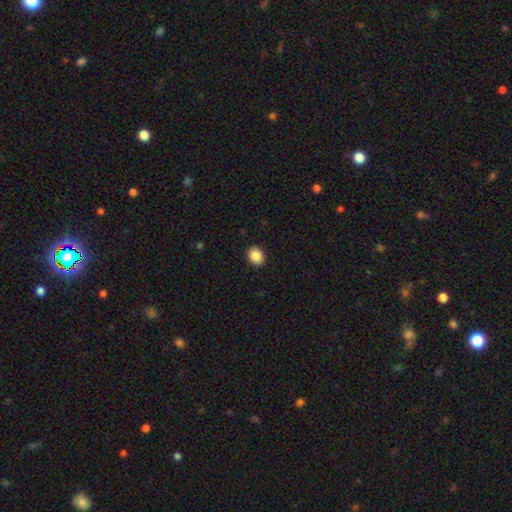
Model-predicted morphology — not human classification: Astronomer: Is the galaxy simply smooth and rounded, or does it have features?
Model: smooth — 88%.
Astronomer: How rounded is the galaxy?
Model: round — 57% (runner-up: in between, 43%).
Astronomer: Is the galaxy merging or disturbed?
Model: none — 91%.